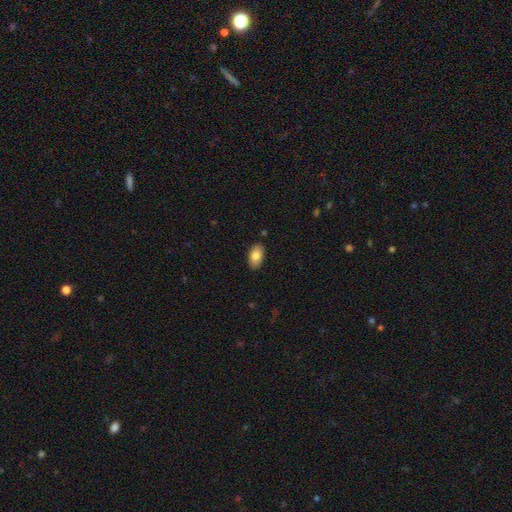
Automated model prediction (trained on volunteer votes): The model was most divided on "smooth or featured": smooth: 82%, featured or disk: 11%, star or artifact: 7%. More confident: how rounded — in between (93%); merging — none (88%).